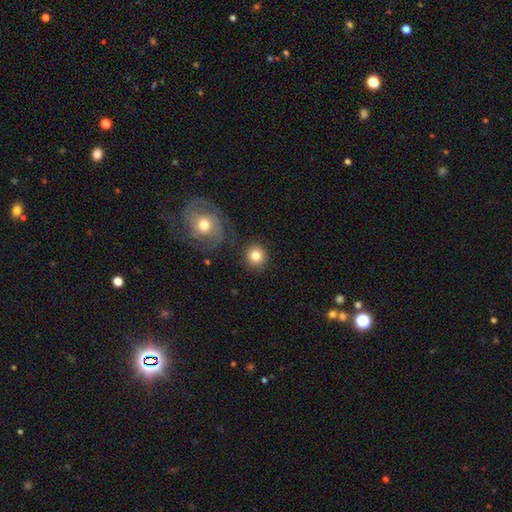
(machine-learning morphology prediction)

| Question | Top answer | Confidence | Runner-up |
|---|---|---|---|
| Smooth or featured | smooth | 81% | featured or disk (10%) |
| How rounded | round | 91% | in between (8%) |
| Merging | none | 85% | minor disturbance (8%) |